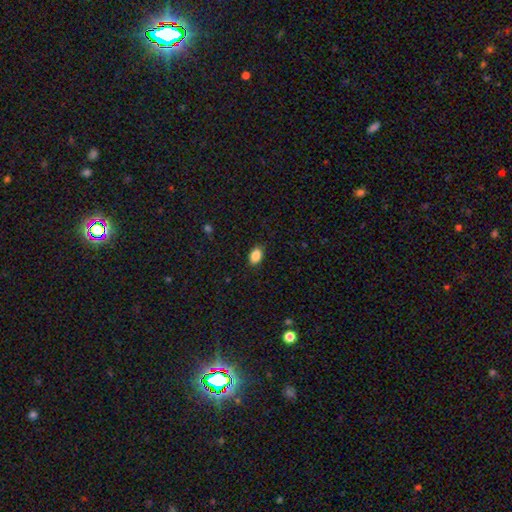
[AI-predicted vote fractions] smooth 86%, star or artifact 9%, featured or disk 5%. Down the decision tree: how rounded — in between (85%); merging — none (87%).